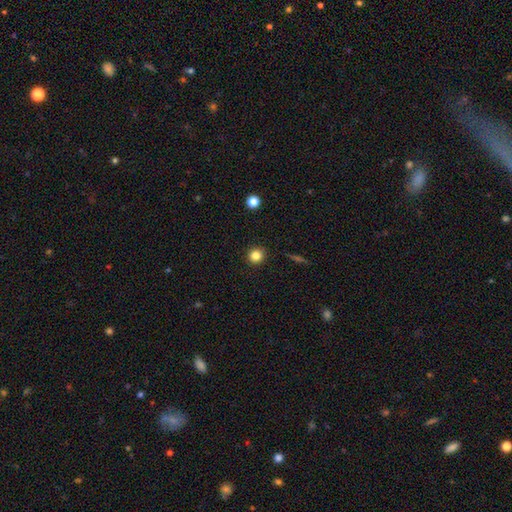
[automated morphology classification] Smooth or featured? Predicted: smooth (p=0.83). How rounded? Predicted: round (p=0.91). Merging? Predicted: none (p=0.91).